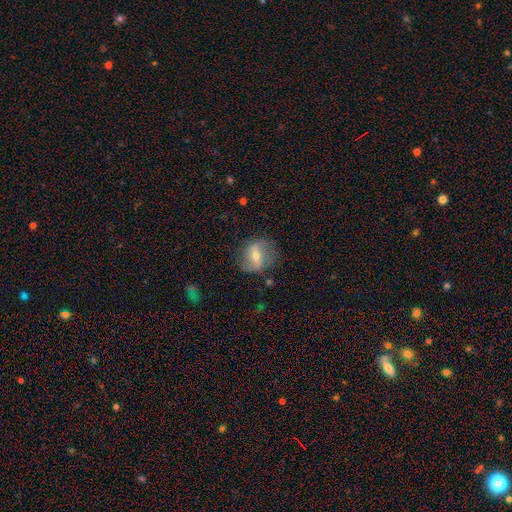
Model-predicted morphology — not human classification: Smooth or featured? Predicted: featured or disk (p=0.61). Edge-on disk? Predicted: no (p=0.95). Bar? Predicted: weak (p=0.43). Spiral arms? Predicted: yes (p=0.73). Bulge size? Predicted: moderate (p=0.53). Merging? Predicted: none (p=0.73).